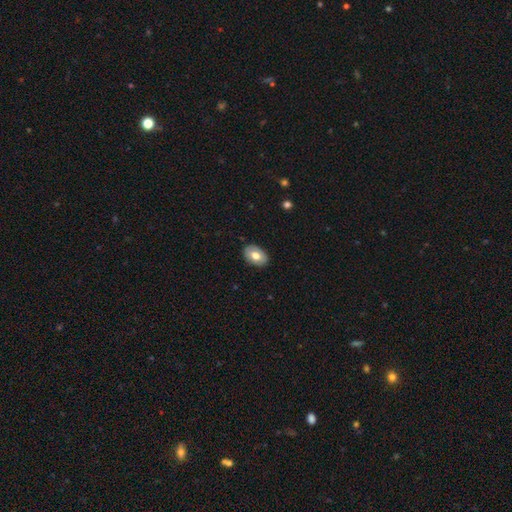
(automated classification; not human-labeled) A smooth galaxy with no disk features (71%) that is in between round and cigar-shaped (88%). Merging: none (87%).